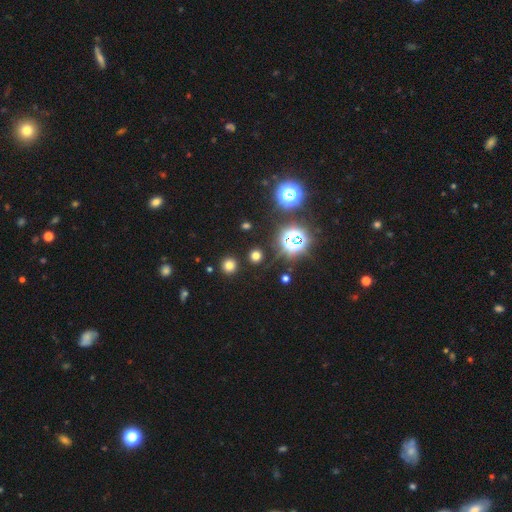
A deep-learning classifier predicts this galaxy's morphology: A smooth galaxy with no disk features (56%) that is round (90%).

Vote fractions:
- Smooth or featured? smooth: 56% / star or artifact: 38% / featured or disk: 6%
- How rounded? round: 90% / in between: 9% / cigar-shaped: 1%
- Merging? none: 87% / minor disturbance: 6% / merger: 3% / major disturbance: 3%